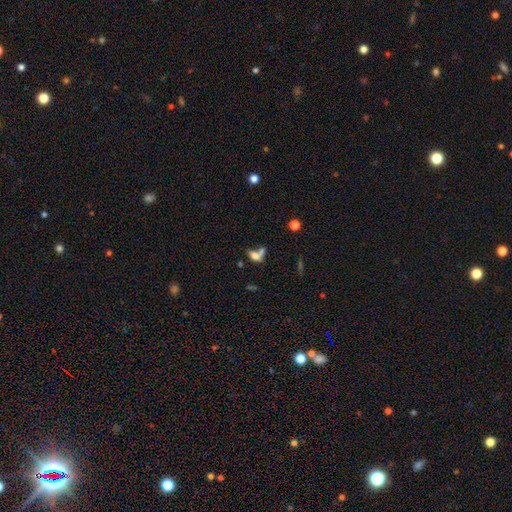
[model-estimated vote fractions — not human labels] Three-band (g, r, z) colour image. It shows a smooth galaxy with no disk features (68%) that is in between round and cigar-shaped (75%). Merging: merger (48%).